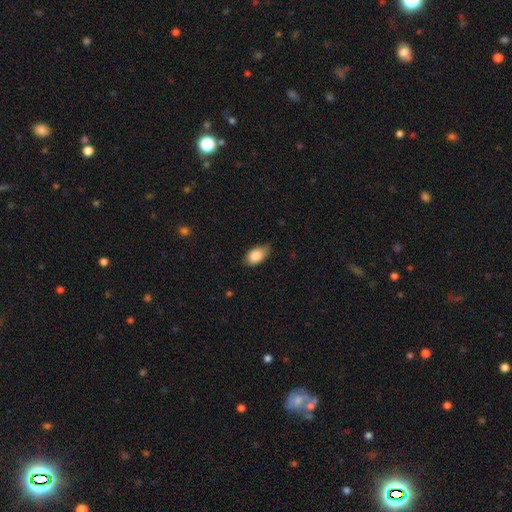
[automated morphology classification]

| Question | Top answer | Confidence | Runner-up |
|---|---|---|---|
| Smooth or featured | smooth | 87% | star or artifact (7%) |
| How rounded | in between | 90% | round (8%) |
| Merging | none | 66% | minor disturbance (28%) |